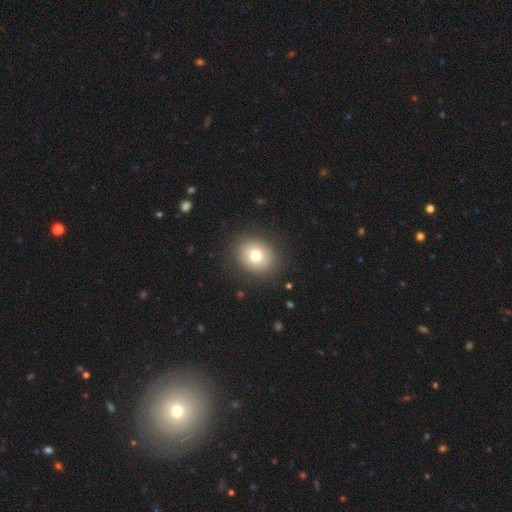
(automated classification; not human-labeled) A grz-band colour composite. It shows a smooth galaxy with no disk features (74%) that is round (74%). Merging: none (88%).